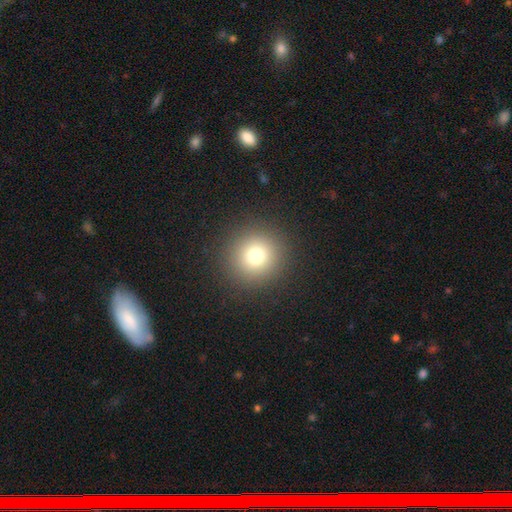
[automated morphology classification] Smooth or featured: smooth — 75% (star or artifact — 15%)
How rounded: round — 95% (in between — 4%)
Merging: none — 91% (minor disturbance — 5%)